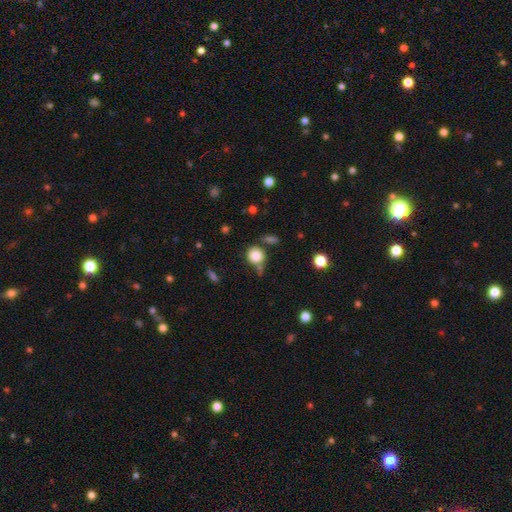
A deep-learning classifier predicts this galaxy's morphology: A smooth galaxy with no disk features (84%) that is round (85%). Merging: none (68%).